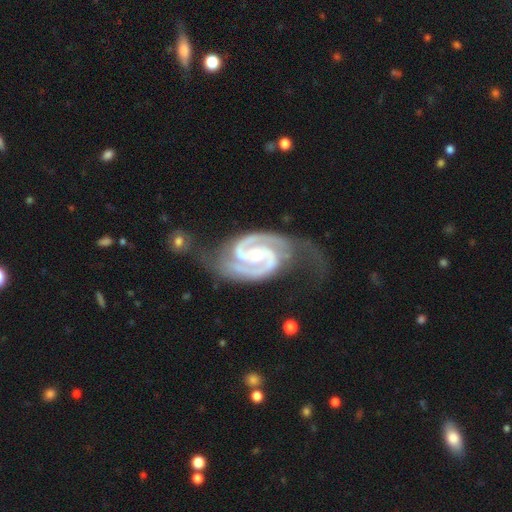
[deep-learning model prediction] Smooth or featured? featured or disk (94%)
Edge-on disk? no (98%)
Bar? no (47%)
Spiral arms? yes (99%)
Spiral winding? tight (49%)
Spiral arm count? 2 (93%)
Bulge size? small (63%)
Merging? none (48%)